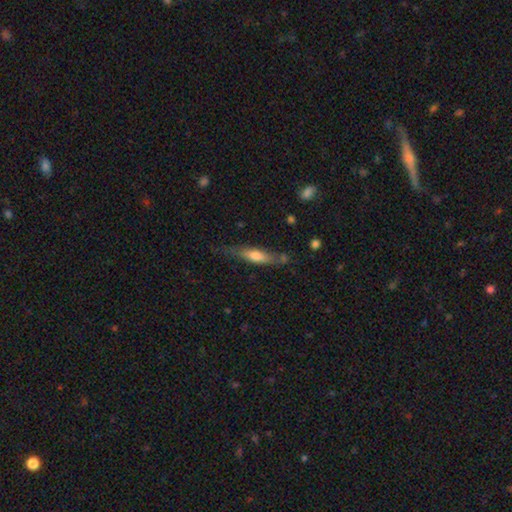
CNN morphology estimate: The model was most divided on "smooth or featured": smooth: 55%, featured or disk: 38%, star or artifact: 6%. More confident: how rounded — cigar-shaped (72%); merging — none (65%).